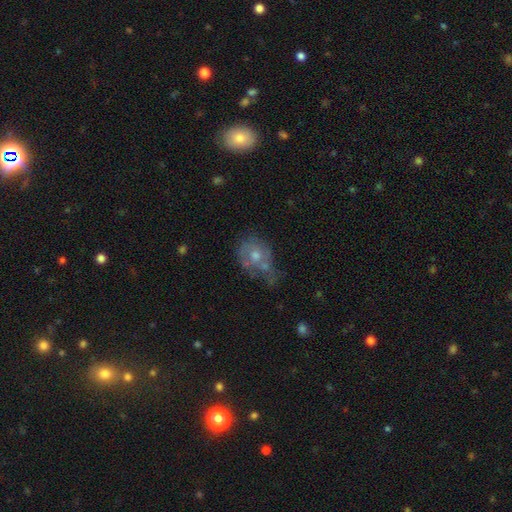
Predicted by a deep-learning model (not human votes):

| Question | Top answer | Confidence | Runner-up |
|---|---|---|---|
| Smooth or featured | featured or disk | 48% | smooth (38%) |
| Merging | none | 35% | minor disturbance (26%) |